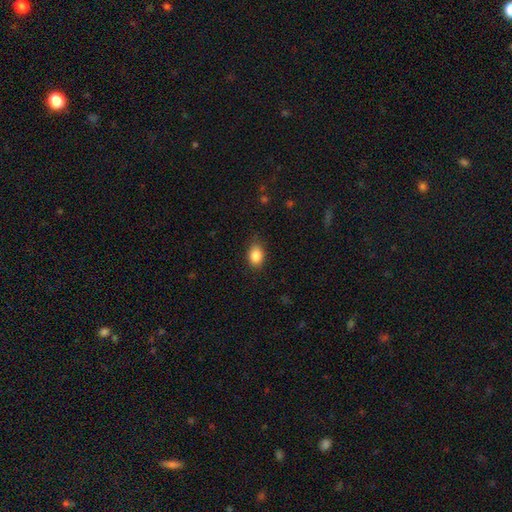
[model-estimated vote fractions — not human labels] A smooth galaxy with no disk features (86%) that is in between round and cigar-shaped (72%).

Vote fractions:
- Smooth or featured? smooth: 86% / star or artifact: 9% / featured or disk: 5%
- How rounded? in between: 72% / round: 27% / cigar-shaped: 1%
- Merging? none: 81% / minor disturbance: 15% / major disturbance: 3% / merger: 1%